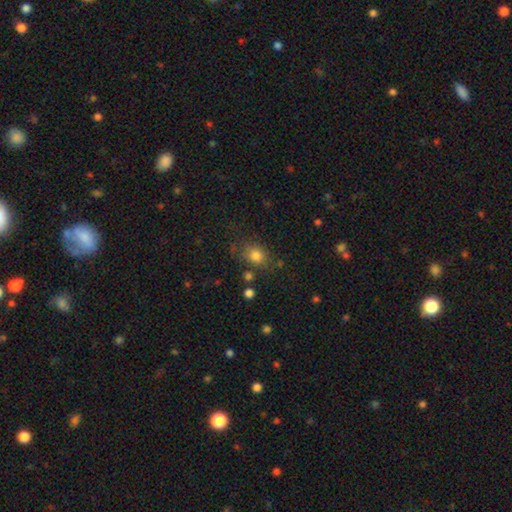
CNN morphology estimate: smooth 80%, star or artifact 12%, featured or disk 8%. Down the decision tree: how rounded — round (52%); merging — none (70%).